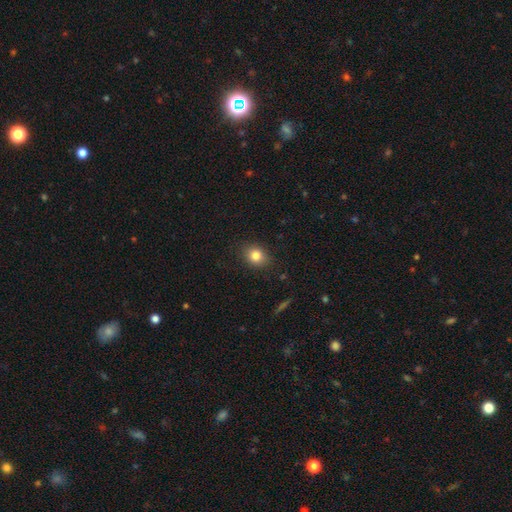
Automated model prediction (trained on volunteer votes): Smooth or featured? smooth (82%)
How rounded? round (57%)
Merging? none (86%)